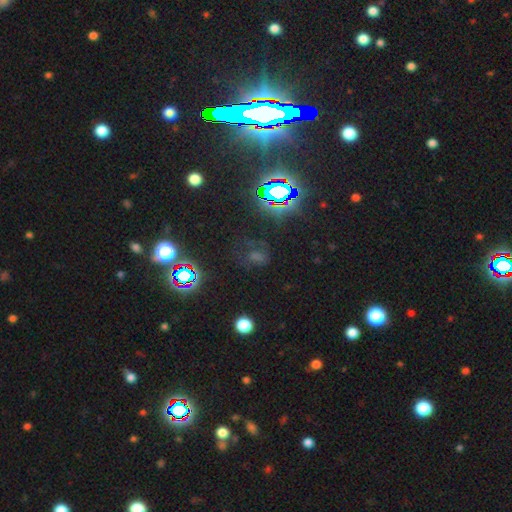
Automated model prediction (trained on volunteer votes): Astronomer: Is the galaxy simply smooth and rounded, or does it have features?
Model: star or artifact — 55% (runner-up: smooth, 31%).